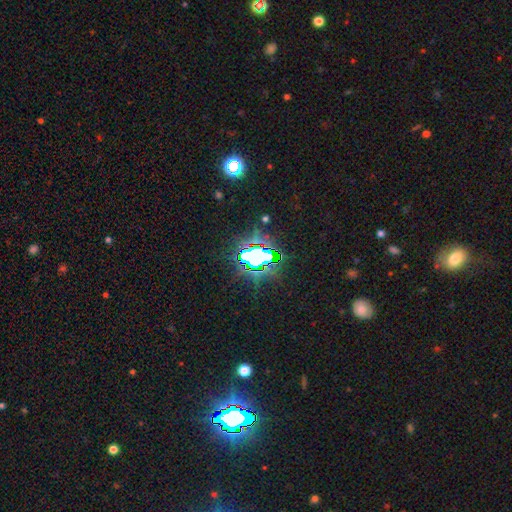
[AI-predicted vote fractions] Smooth or featured: star or artifact — 71% (smooth — 16%)